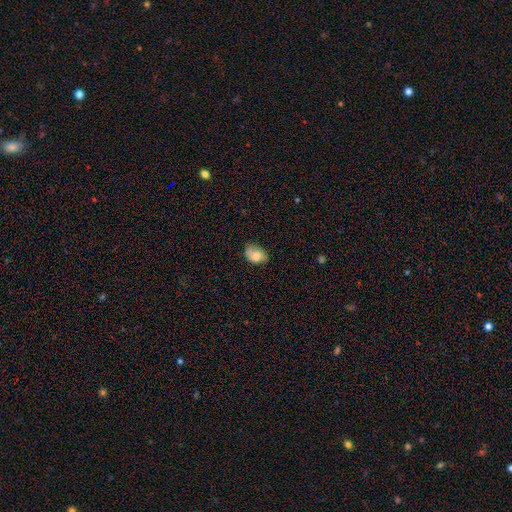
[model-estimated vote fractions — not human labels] A smooth galaxy with no disk features (75%) that is in between round and cigar-shaped (74%).

Vote fractions:
- Smooth or featured? smooth: 75% / featured or disk: 16% / star or artifact: 9%
- How rounded? in between: 74% / round: 25% / cigar-shaped: 1%
- Merging? none: 56% / minor disturbance: 33% / major disturbance: 9% / merger: 2%